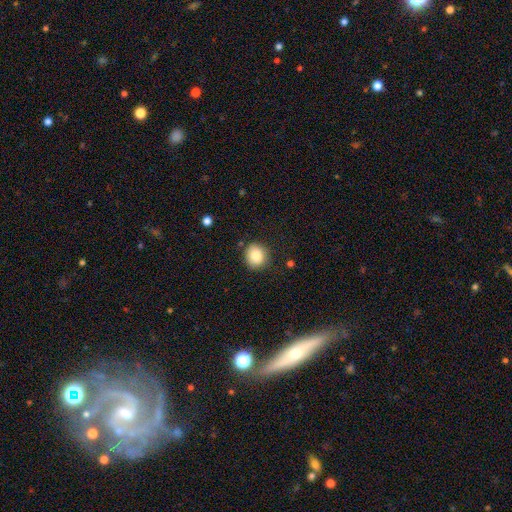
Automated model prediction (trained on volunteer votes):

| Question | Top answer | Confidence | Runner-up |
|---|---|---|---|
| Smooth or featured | smooth | 84% | star or artifact (9%) |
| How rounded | round | 85% | in between (14%) |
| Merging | none | 85% | minor disturbance (10%) |